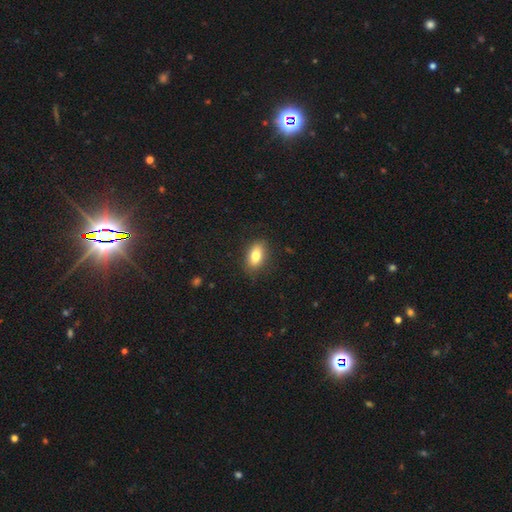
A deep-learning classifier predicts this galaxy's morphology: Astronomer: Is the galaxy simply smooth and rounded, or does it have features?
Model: smooth — 80%.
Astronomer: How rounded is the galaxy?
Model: in between — 87%.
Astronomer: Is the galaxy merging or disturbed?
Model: none — 84%.